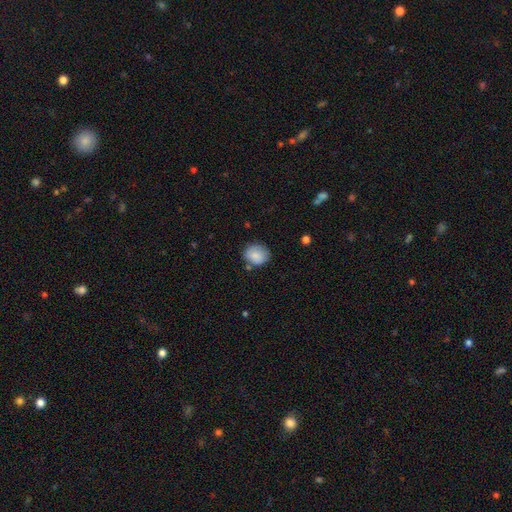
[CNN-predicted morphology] type=smooth (84%); roundness=round (67%); merging=none (71%).